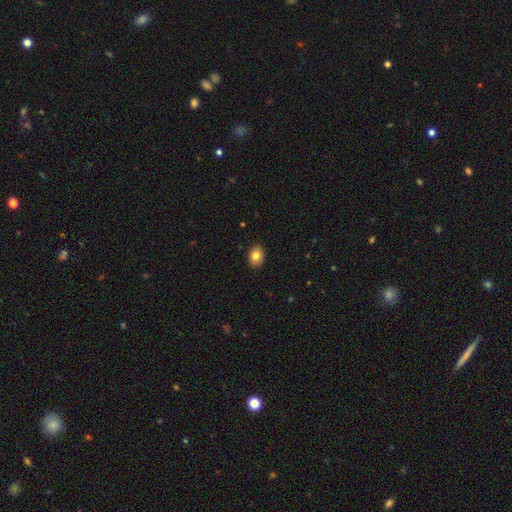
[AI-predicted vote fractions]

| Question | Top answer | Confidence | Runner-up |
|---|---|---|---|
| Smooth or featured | smooth | 82% | featured or disk (10%) |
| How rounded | in between | 74% | round (25%) |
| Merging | none | 90% | minor disturbance (8%) |